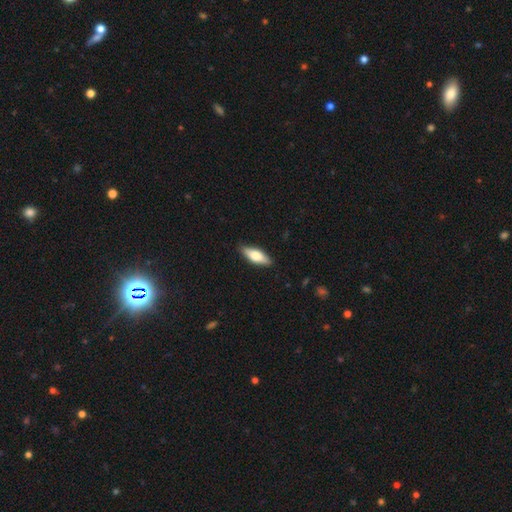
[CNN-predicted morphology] Smooth or featured? smooth (68%)
How rounded? in between (61%)
Merging? none (87%)